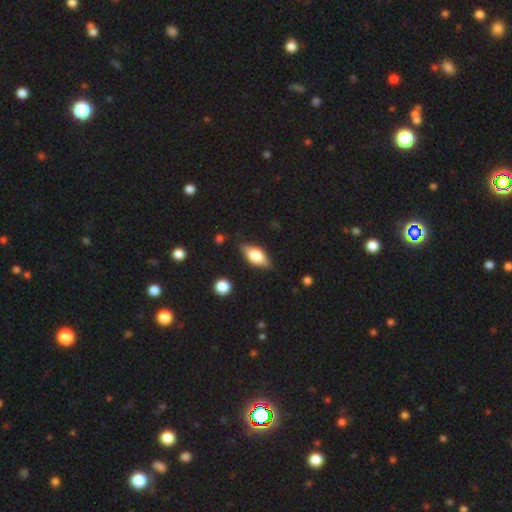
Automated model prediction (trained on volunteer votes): Smooth or featured: smooth — 59% (featured or disk — 34%)
How rounded: in between — 82% (cigar-shaped — 14%)
Merging: none — 81% (minor disturbance — 14%)